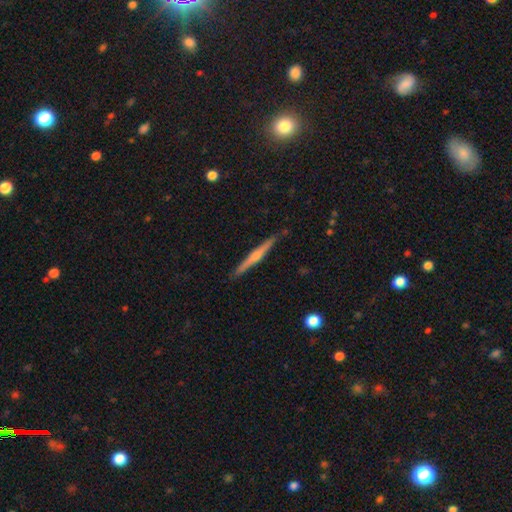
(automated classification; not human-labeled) A featured or disk galaxy (73%) viewed edge-on (98%) with a rounded central bulge (71%). Merging: none (90%).